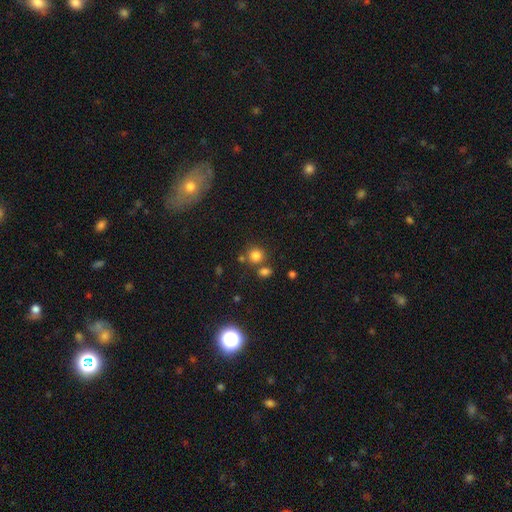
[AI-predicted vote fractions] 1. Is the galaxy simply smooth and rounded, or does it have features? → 79% smooth, 15% star or artifact, 6% featured or disk.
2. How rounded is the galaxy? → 89% round, 10% in between, 1% cigar-shaped.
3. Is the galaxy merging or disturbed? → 69% none, 18% merger, 9% minor disturbance, 4% major disturbance.